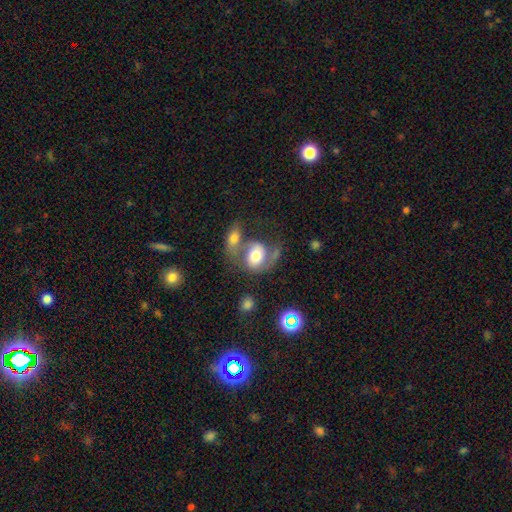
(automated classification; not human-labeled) Smooth or featured?
  - smooth: 49% *
  - featured or disk: 43%
  - star or artifact: 9%
Merging?
  - merger: 45% *
  - none: 24%
  - major disturbance: 18%
  - minor disturbance: 14%